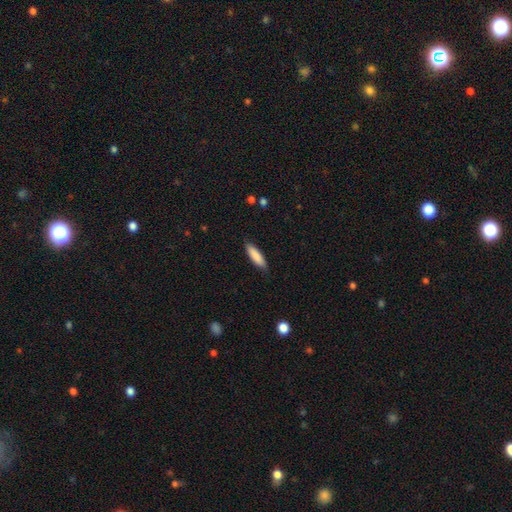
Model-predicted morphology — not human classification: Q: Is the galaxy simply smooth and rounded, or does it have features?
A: smooth — 86%.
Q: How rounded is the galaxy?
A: cigar-shaped — 64%.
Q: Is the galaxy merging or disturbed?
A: none — 86%.